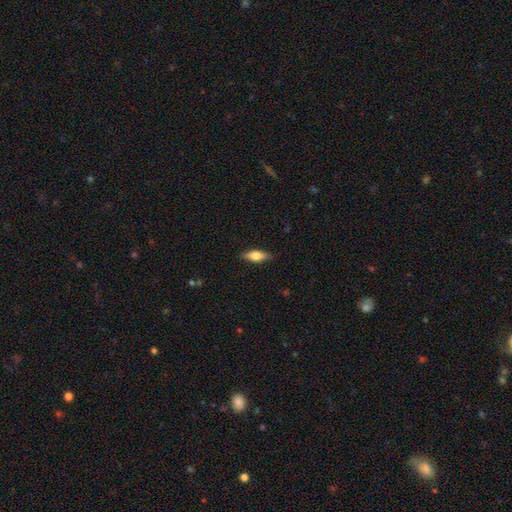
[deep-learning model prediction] Smooth or featured? Predicted: smooth (p=0.60). How rounded? Predicted: in between (p=0.60). Merging? Predicted: none (p=0.87).